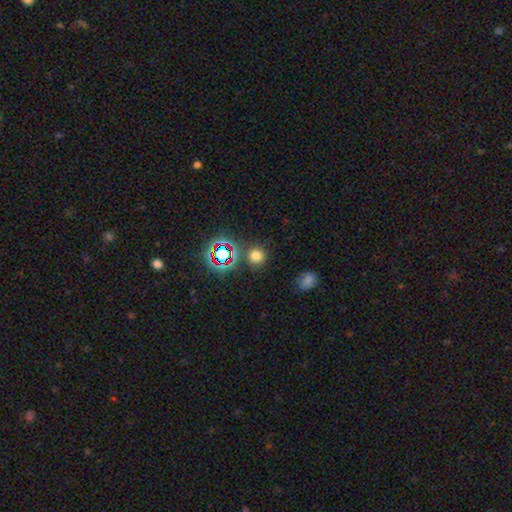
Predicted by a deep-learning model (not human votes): smooth 71%, star or artifact 23%, featured or disk 6%. Down the decision tree: how rounded — round (92%); merging — none (84%).